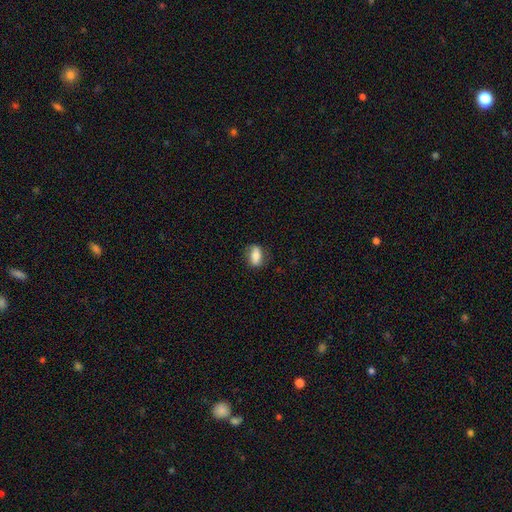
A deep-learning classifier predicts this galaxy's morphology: Overall: smooth (73%). How rounded: in between (82%). Merging: none (77%).